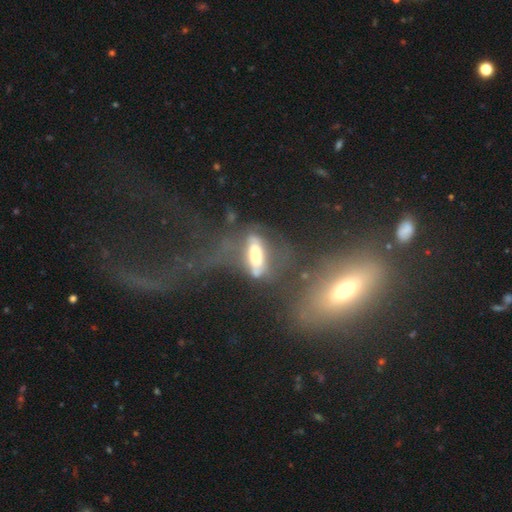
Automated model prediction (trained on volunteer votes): smooth 47%, featured or disk 43%, star or artifact 11%. Down the decision tree: merging — major disturbance (43%).